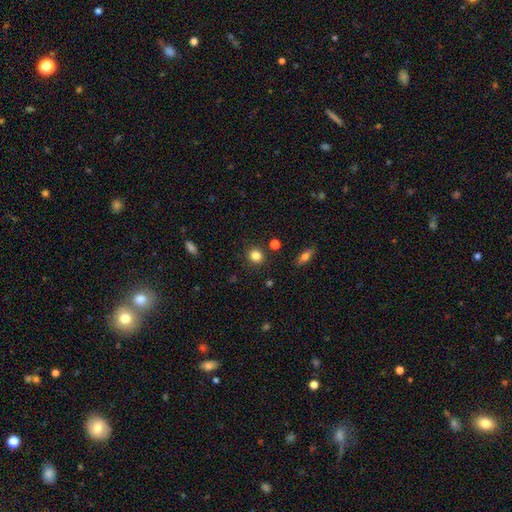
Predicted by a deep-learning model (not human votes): smooth-or-featured: smooth: 83% | star or artifact: 11% | featured or disk: 6%
  how-rounded: round: 86% | in between: 13% | cigar-shaped: 1%
  merging: none: 88% | minor disturbance: 7% | merger: 3% | major disturbance: 2%